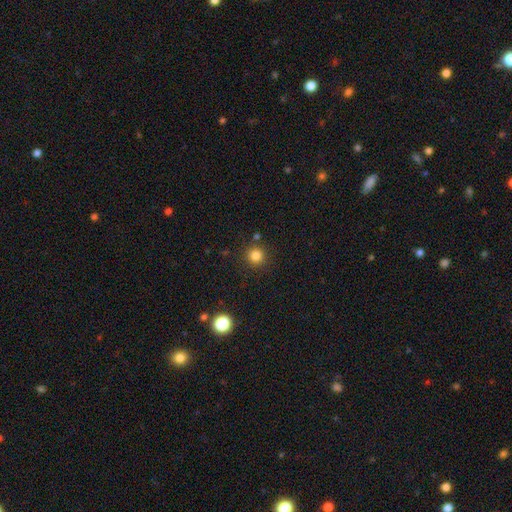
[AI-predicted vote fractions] The model was most divided on "smooth or featured": smooth: 83%, star or artifact: 13%, featured or disk: 4%. More confident: how rounded — round (94%); merging — none (87%).